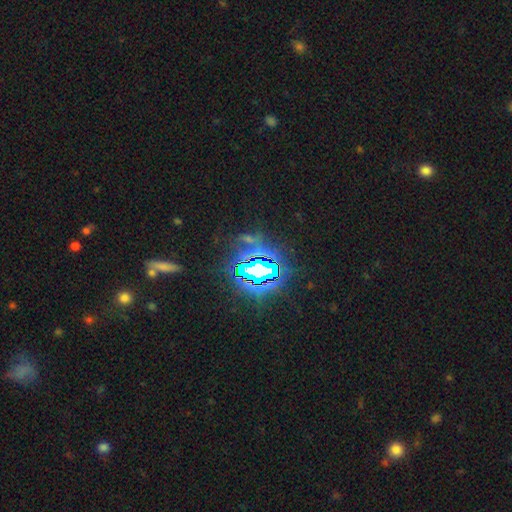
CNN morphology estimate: smooth-or-featured: star or artifact: 84% | smooth: 10% | featured or disk: 6%